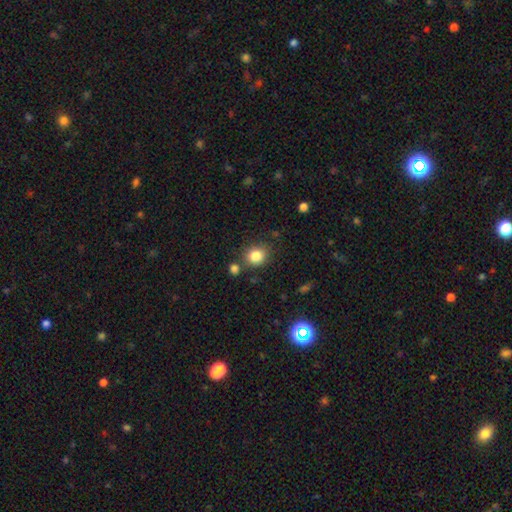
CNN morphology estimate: Q: Smooth or featured?
A: smooth (83%); runner-up: star or artifact (11%)
Q: How rounded?
A: round (75%); runner-up: in between (24%)
Q: Merging?
A: none (77%); runner-up: minor disturbance (11%)